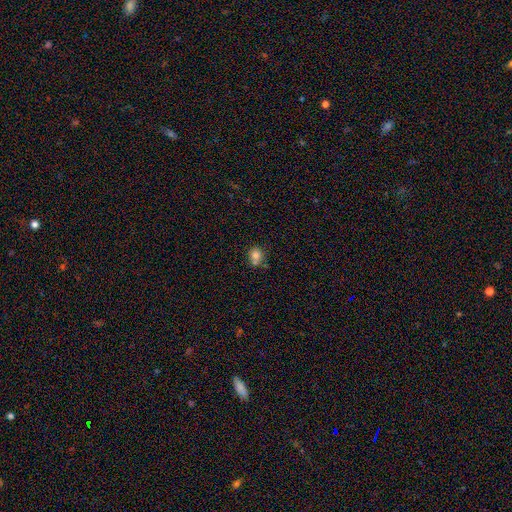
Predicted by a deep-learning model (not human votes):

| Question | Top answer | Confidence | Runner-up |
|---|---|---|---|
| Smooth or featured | smooth | 78% | star or artifact (12%) |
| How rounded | round | 73% | in between (26%) |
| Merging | none | 53% | merger (26%) |